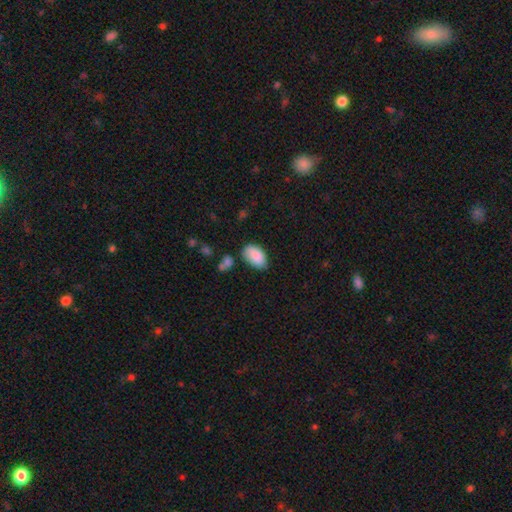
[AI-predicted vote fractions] smooth_or_featured: smooth (p=0.88) [alt: star or artifact p=0.07]
how_rounded: in between (p=0.94) [alt: round p=0.05]
merging: none (p=0.65) [alt: minor disturbance p=0.25]